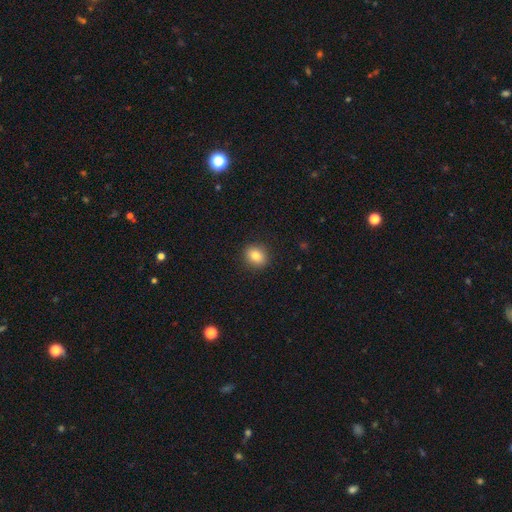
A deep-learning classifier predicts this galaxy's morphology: smooth 82%, star or artifact 10%, featured or disk 8%. Down the decision tree: how rounded — round (66%); merging — none (91%).